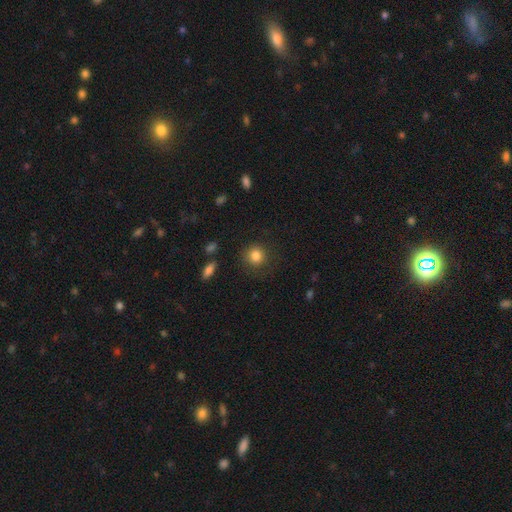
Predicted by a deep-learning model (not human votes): A smooth galaxy with no disk features (84%) that is round (89%). Merging: none (84%).